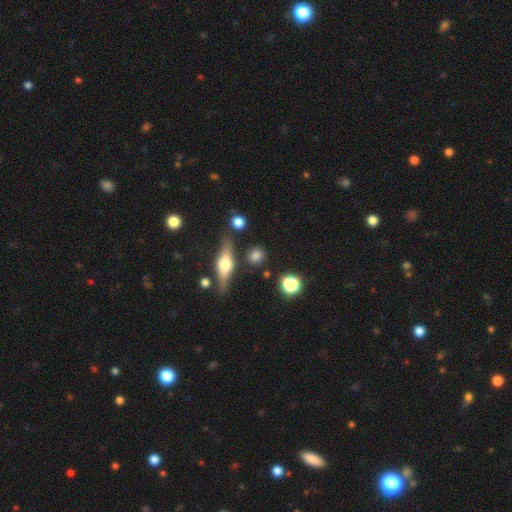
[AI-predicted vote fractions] This is likely a smooth galaxy (70%). How rounded: likely round (75%). Merging: likely none (79%).